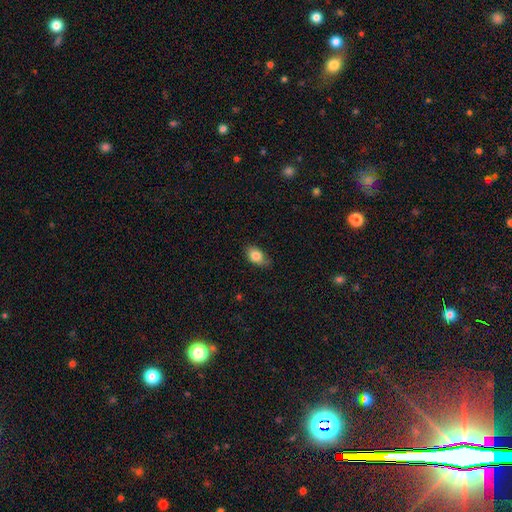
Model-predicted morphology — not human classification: Smooth or featured?
  - smooth: 82% *
  - featured or disk: 10%
  - star or artifact: 8%
How rounded?
  - in between: 87% *
  - round: 11%
  - cigar-shaped: 2%
Merging?
  - none: 72% *
  - minor disturbance: 23%
  - major disturbance: 4%
  - merger: 1%